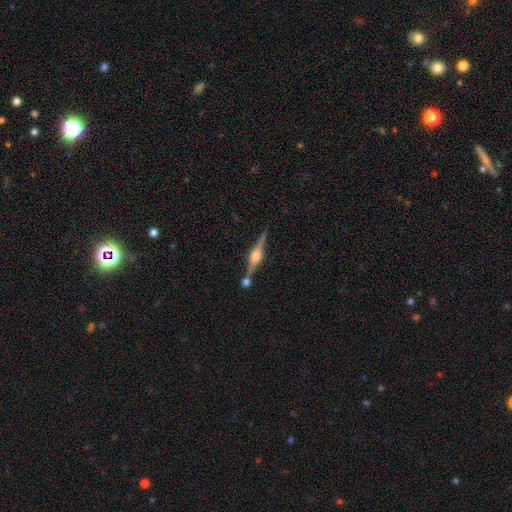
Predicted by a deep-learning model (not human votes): The model was most divided on "merging": none: 78%, merger: 11%, minor disturbance: 9%, major disturbance: 2%. More confident: edge-on disk — yes (98%); edge-on bulge — rounded (92%); smooth or featured — featured or disk (86%).